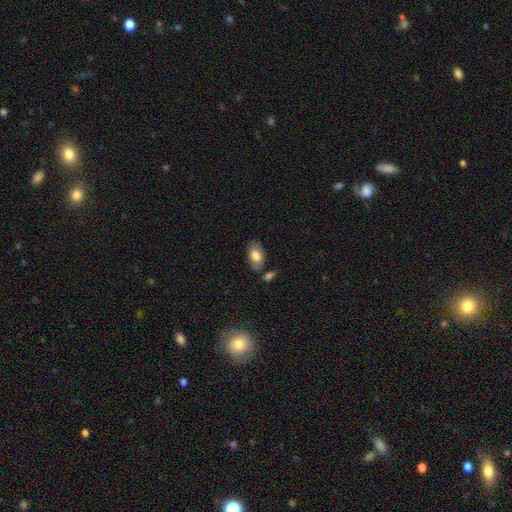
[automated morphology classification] Smooth or featured?
  - smooth: 75% *
  - featured or disk: 18%
  - star or artifact: 7%
How rounded?
  - in between: 93% *
  - round: 5%
  - cigar-shaped: 2%
Merging?
  - none: 69% *
  - minor disturbance: 17%
  - merger: 10%
  - major disturbance: 4%